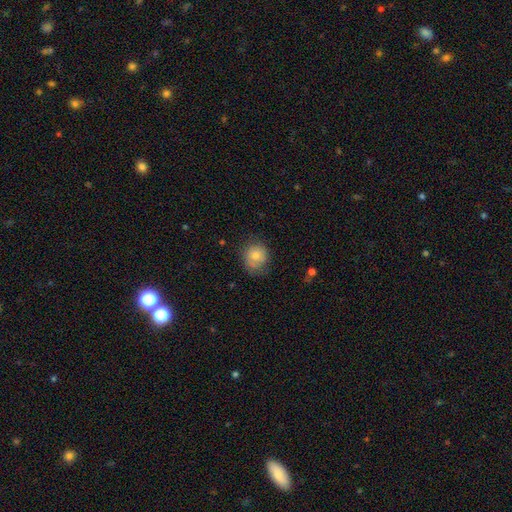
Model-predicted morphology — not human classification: smooth 76%, featured or disk 15%, star or artifact 9%. Down the decision tree: how rounded — round (78%); merging — none (66%).